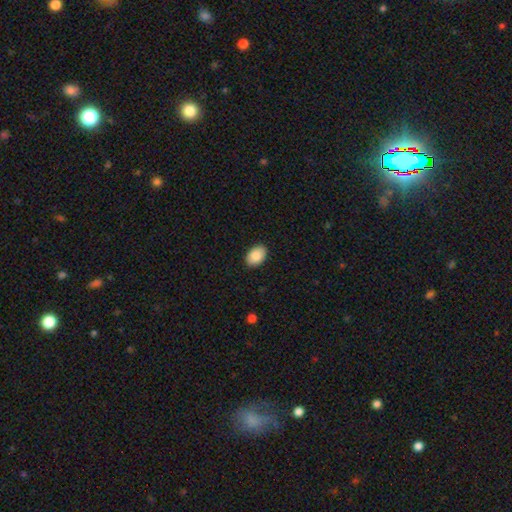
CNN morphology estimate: This is clearly a smooth galaxy (85%). How rounded: clearly in between (84%). Merging: clearly none (90%).